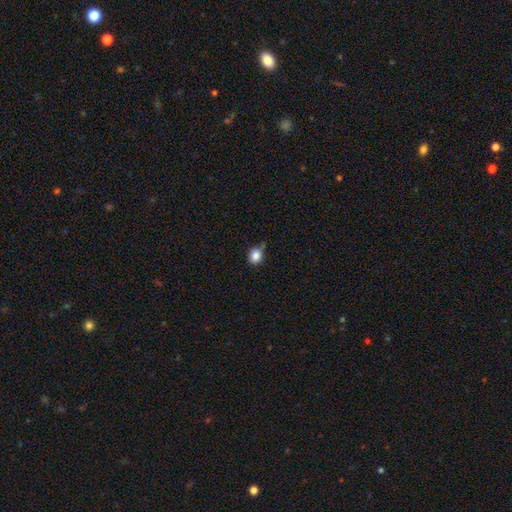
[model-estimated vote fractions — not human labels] Overall: smooth (84%). How rounded: round (75%). Merging: none (61%; minor disturbance 28%).